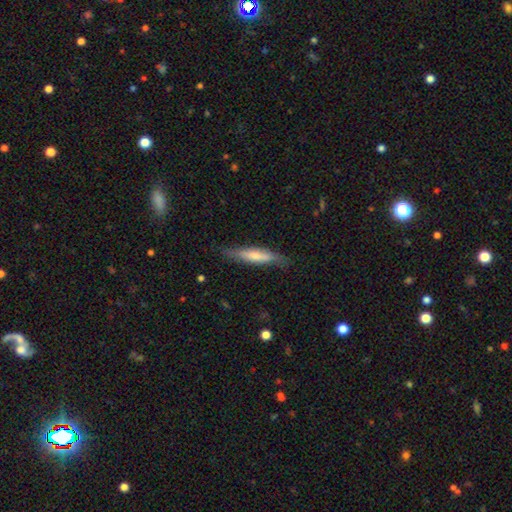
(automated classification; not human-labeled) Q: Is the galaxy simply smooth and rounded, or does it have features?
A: smooth — 57%.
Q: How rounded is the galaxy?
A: cigar-shaped — 85%.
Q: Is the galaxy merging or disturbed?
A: none — 79%.